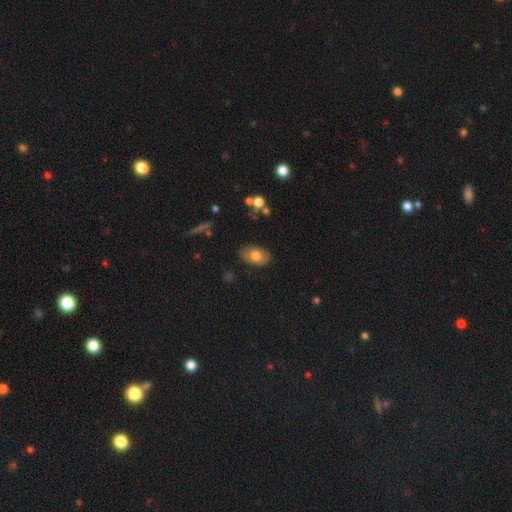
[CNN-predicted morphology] This is likely a smooth galaxy (72%). How rounded: clearly in between (92%). Merging: clearly none (82%).